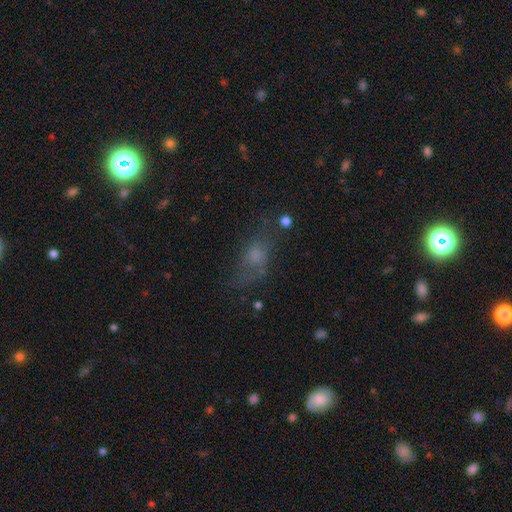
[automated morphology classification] Smooth or featured?
  - smooth: 43% *
  - star or artifact: 30%
  - featured or disk: 27%
Merging?
  - none: 57% *
  - minor disturbance: 21%
  - major disturbance: 18%
  - merger: 3%